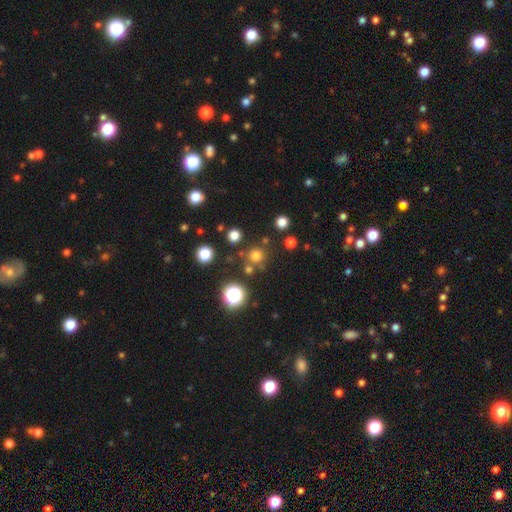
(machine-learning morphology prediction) Smooth or featured? smooth (71%)
How rounded? round (93%)
Merging? none (77%)